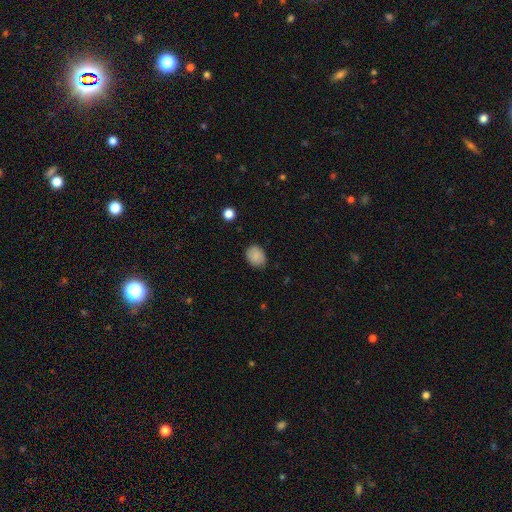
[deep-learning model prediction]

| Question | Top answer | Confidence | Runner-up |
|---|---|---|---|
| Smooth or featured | smooth | 87% | star or artifact (8%) |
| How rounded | in between | 58% | round (41%) |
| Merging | none | 84% | minor disturbance (13%) |